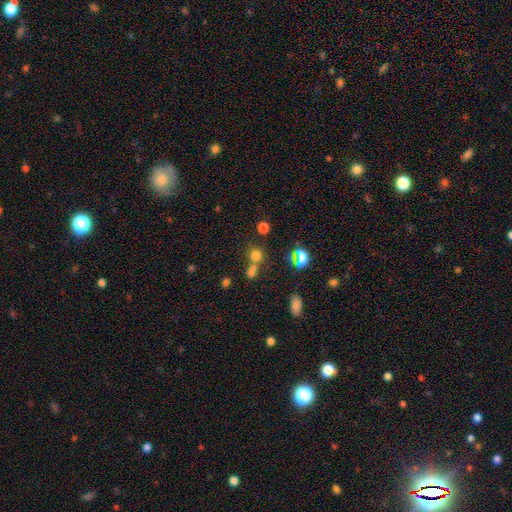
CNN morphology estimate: A smooth galaxy with no disk features (68%) that is round (83%).

Vote fractions:
- Smooth or featured? smooth: 68% / star or artifact: 23% / featured or disk: 9%
- How rounded? round: 83% / in between: 15% / cigar-shaped: 1%
- Merging? none: 52% / merger: 36% / minor disturbance: 8% / major disturbance: 5%